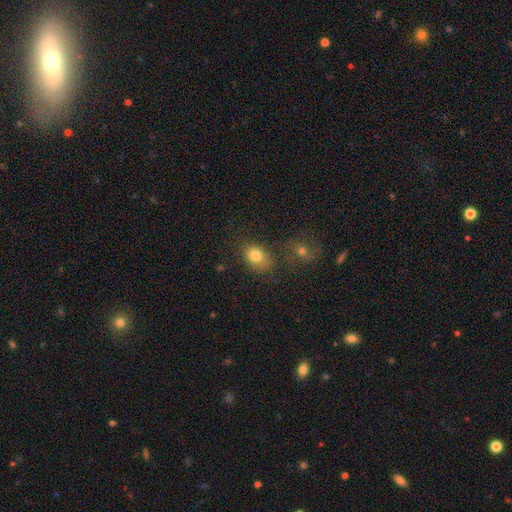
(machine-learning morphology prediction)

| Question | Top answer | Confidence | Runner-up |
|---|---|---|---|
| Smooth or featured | smooth | 81% | star or artifact (11%) |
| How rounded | in between | 66% | round (33%) |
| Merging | none | 65% | minor disturbance (17%) |